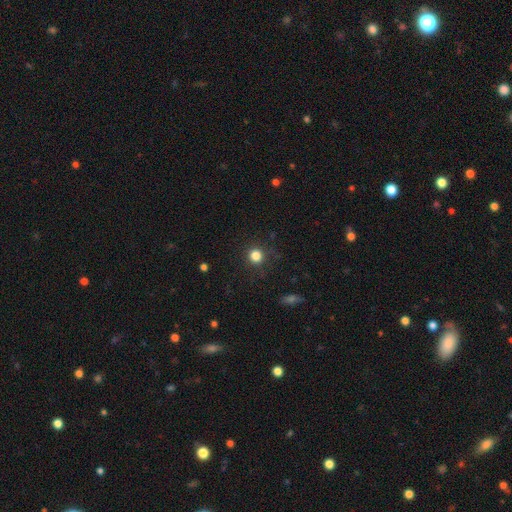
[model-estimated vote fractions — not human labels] Morphology: type=smooth (83%); roundness=round (93%); merging=none (88%).